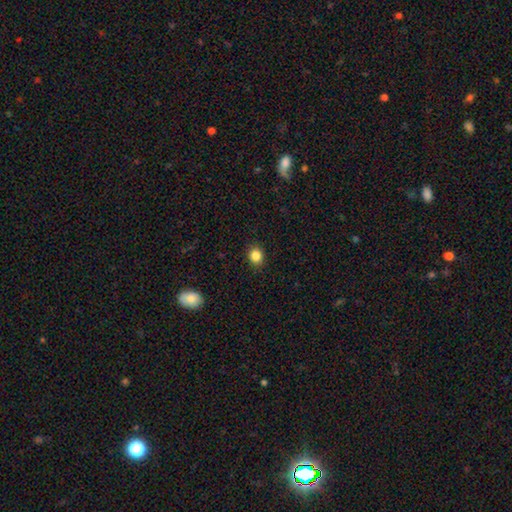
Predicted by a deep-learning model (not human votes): This is clearly a smooth galaxy (85%). How rounded: likely round (73%). Merging: clearly none (90%).